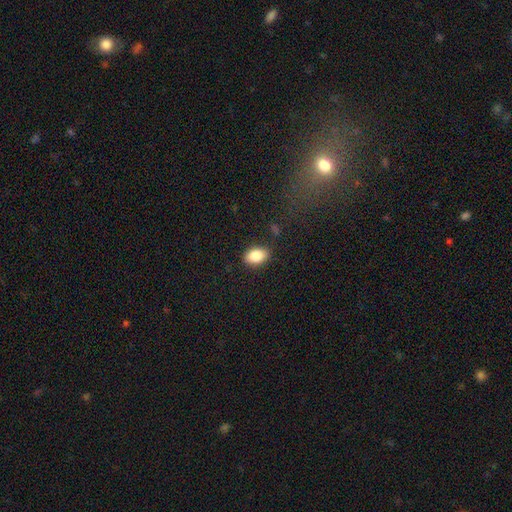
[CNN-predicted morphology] This is clearly a smooth galaxy (85%). How rounded: clearly in between (86%). Merging: clearly none (85%).